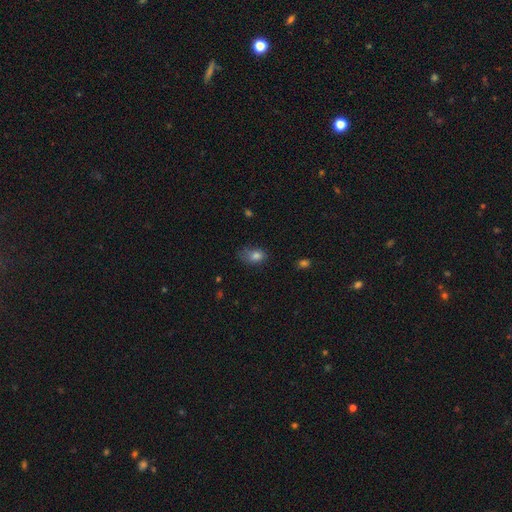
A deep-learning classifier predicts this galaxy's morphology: smooth-or-featured: smooth: 79% | featured or disk: 11% | star or artifact: 10%
  how-rounded: in between: 79% | round: 19% | cigar-shaped: 2%
  merging: none: 40% | minor disturbance: 37% | major disturbance: 21% | merger: 3%